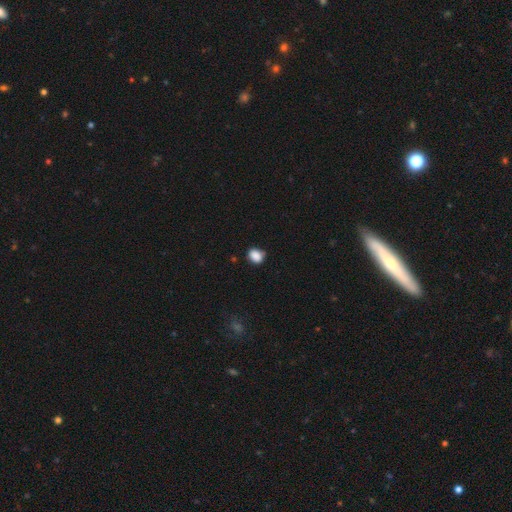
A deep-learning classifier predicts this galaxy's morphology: This appears to be a smooth galaxy with no disk features (87%) that is round (53%). Merging: none (74%).